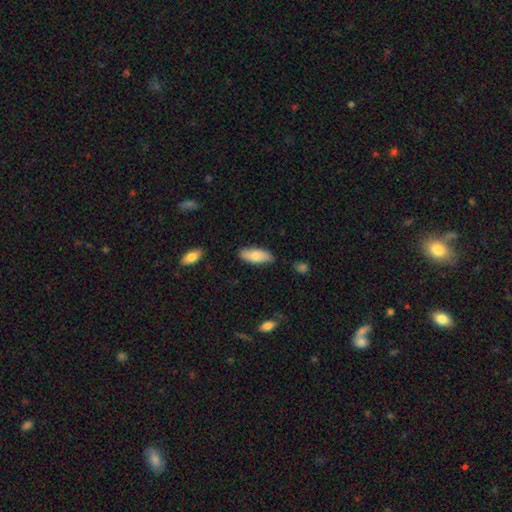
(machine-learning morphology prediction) A smooth galaxy with no disk features (80%) that is in between round and cigar-shaped (79%). Merging: none (81%).